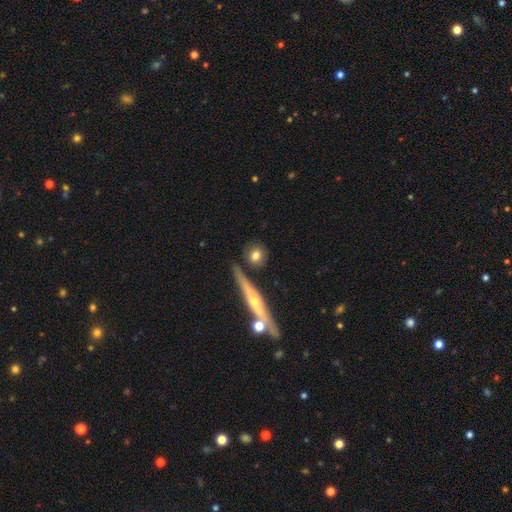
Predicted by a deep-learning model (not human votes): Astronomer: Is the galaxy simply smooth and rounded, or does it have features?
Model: smooth — 72%.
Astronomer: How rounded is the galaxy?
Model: round — 77%.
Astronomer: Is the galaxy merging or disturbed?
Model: none — 76%.